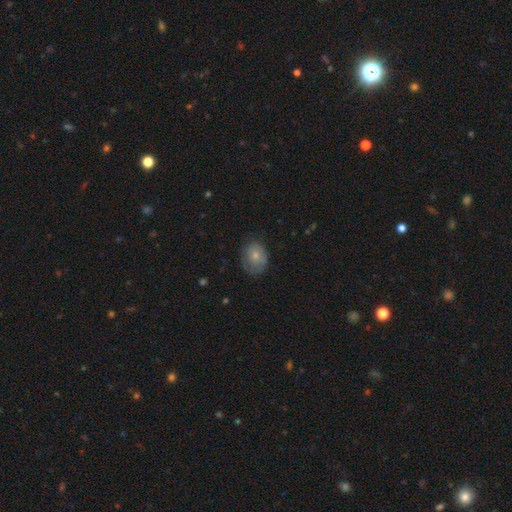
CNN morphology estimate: Overall: smooth (73%). How rounded: in between (51%; round 48%). Merging: none (63%; minor disturbance 26%).